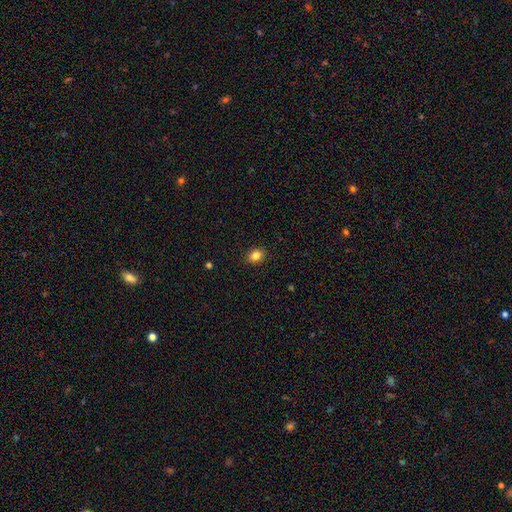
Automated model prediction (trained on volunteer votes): A smooth galaxy with no disk features (85%) that is in between round and cigar-shaped (51%). Merging: none (90%).